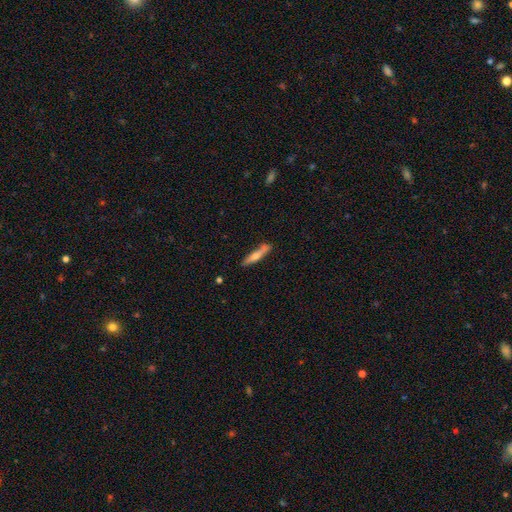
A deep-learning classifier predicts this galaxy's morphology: smooth 52%, featured or disk 42%, star or artifact 6%. Down the decision tree: how rounded — cigar-shaped (90%); merging — none (78%).